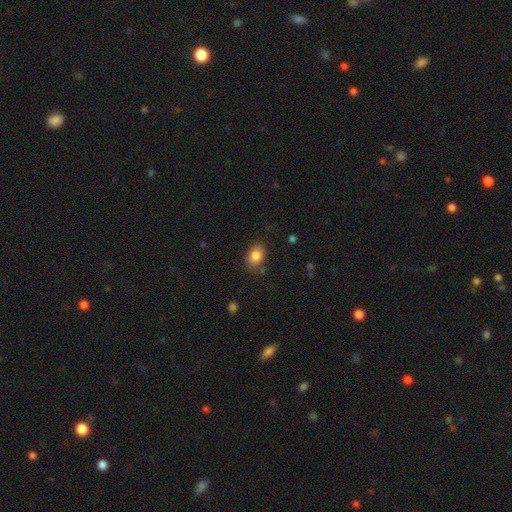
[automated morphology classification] Overall: smooth (84%). How rounded: in between (73%). Merging: none (78%).